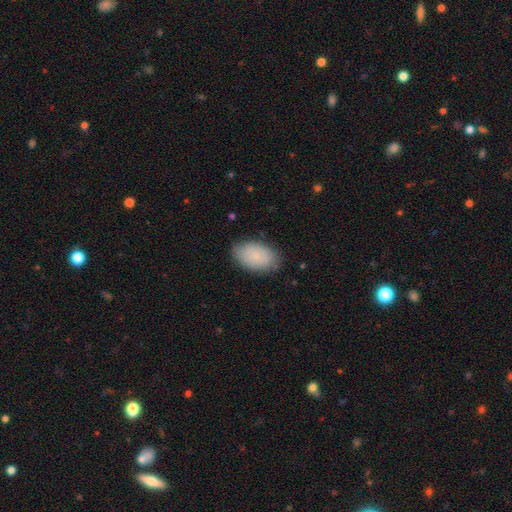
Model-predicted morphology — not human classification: smooth_or_featured: smooth (p=0.85) [alt: featured or disk p=0.09]
how_rounded: in between (p=0.93) [alt: round p=0.06]
merging: none (p=0.82) [alt: minor disturbance p=0.14]